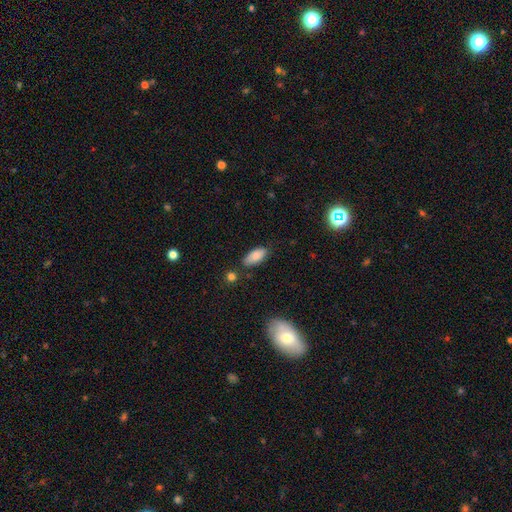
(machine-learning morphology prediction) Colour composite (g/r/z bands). It shows a smooth galaxy with no disk features (84%) that is in between round and cigar-shaped (88%). Merging: none (76%).